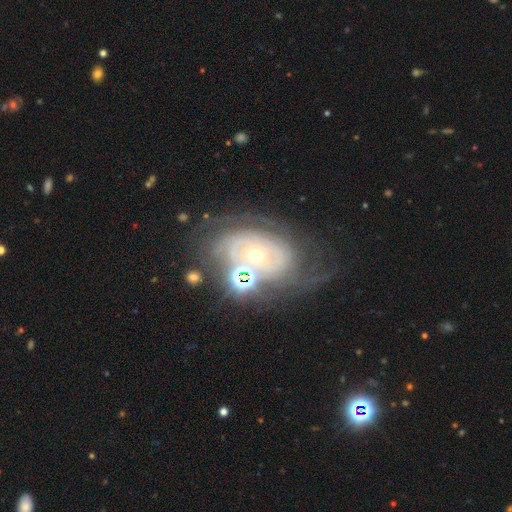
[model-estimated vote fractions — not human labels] Smooth or featured? featured or disk (78%)
Edge-on disk? no (96%)
Bar? no (80%)
Spiral arms? yes (81%)
Spiral winding? tight (67%)
Spiral arm count? can't tell (46%)
Bulge size? small (59%)
Merging? none (49%)